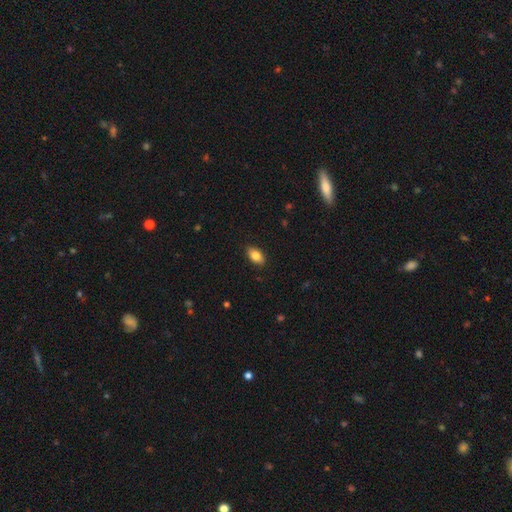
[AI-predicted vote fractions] Smooth or featured: smooth — 83% (featured or disk — 9%)
How rounded: in between — 91% (round — 7%)
Merging: none — 88% (minor disturbance — 9%)